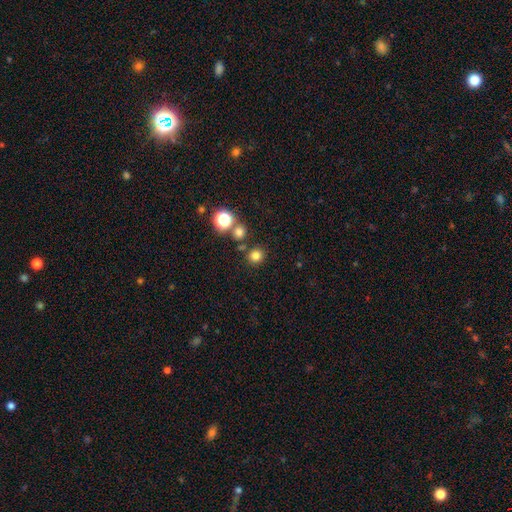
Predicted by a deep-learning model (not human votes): Smooth or featured?
  - smooth: 77% *
  - star or artifact: 17%
  - featured or disk: 5%
How rounded?
  - round: 89% *
  - in between: 10%
  - cigar-shaped: 1%
Merging?
  - none: 81% *
  - merger: 9%
  - minor disturbance: 7%
  - major disturbance: 3%